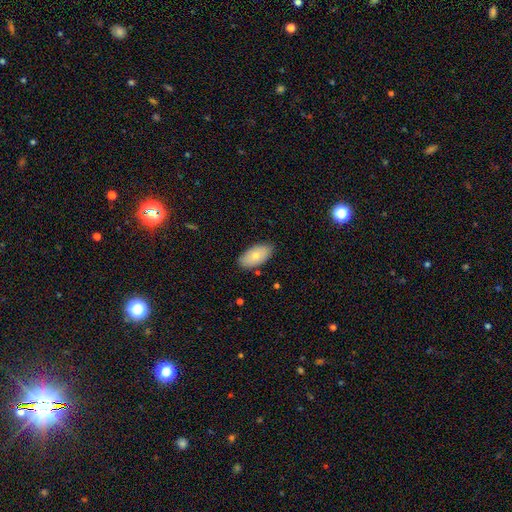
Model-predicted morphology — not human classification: Smooth or featured: smooth — 72% (featured or disk — 21%)
How rounded: in between — 94% (round — 3%)
Merging: none — 83% (minor disturbance — 14%)